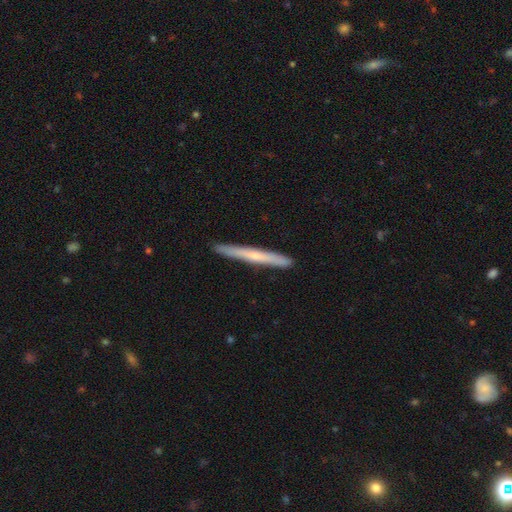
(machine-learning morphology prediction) The model was most divided on "smooth or featured" (2-way tie): smooth: 47%, featured or disk: 47%, star or artifact: 6%. More confident: merging — none (91%).